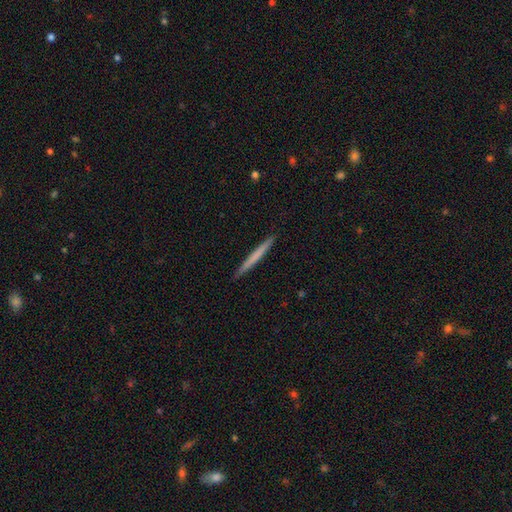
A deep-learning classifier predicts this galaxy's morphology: The model was most divided on "smooth or featured": smooth: 61%, featured or disk: 34%, star or artifact: 5%. More confident: how rounded — cigar-shaped (97%); merging — none (92%).